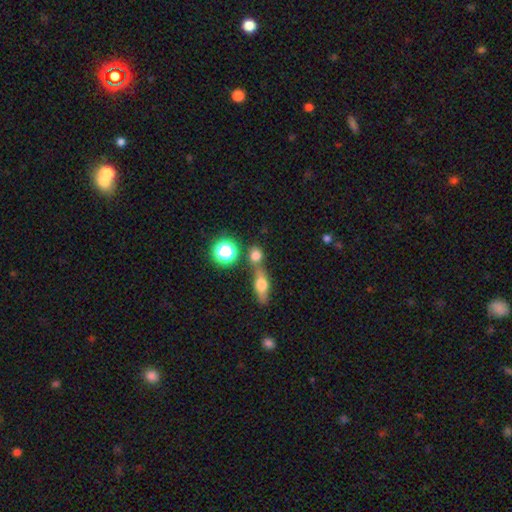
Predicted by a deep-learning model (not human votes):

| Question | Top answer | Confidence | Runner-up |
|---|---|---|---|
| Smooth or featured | smooth | 70% | star or artifact (17%) |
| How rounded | round | 67% | in between (27%) |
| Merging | none | 53% | merger (34%) |